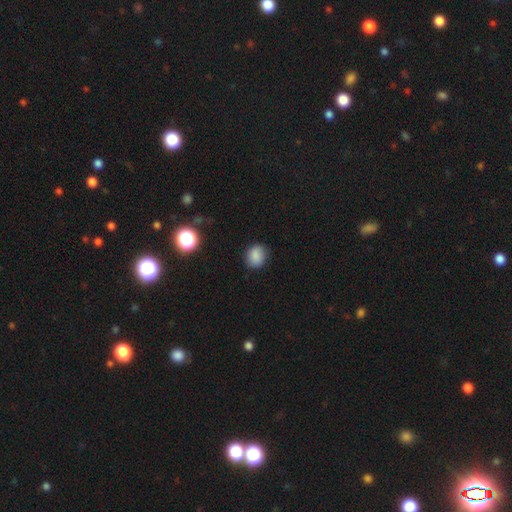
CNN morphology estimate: Smooth or featured? smooth (84%)
How rounded? round (67%)
Merging? none (84%)